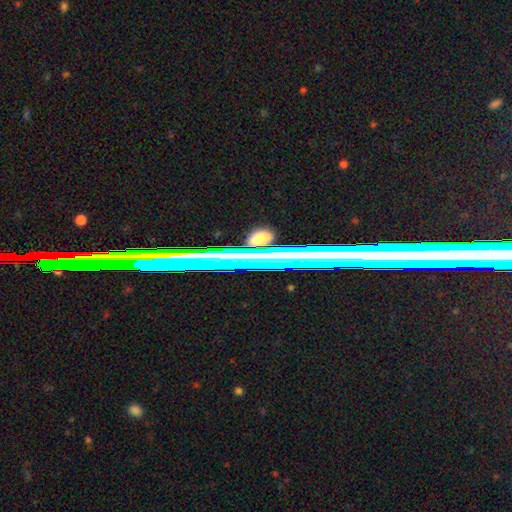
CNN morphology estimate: Smooth or featured? star or artifact (61%)